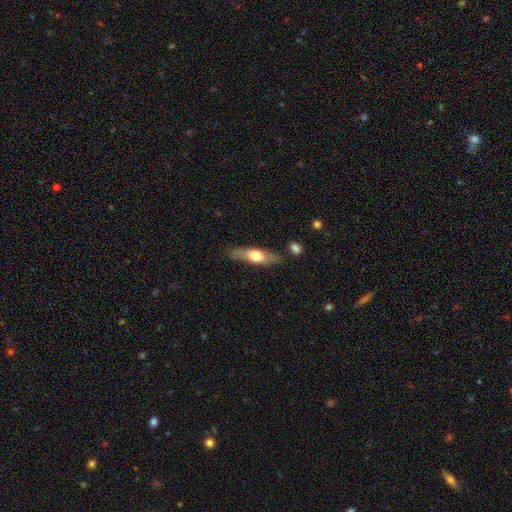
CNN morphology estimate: This is possibly a smooth galaxy (49%). Merging: likely none (78%).